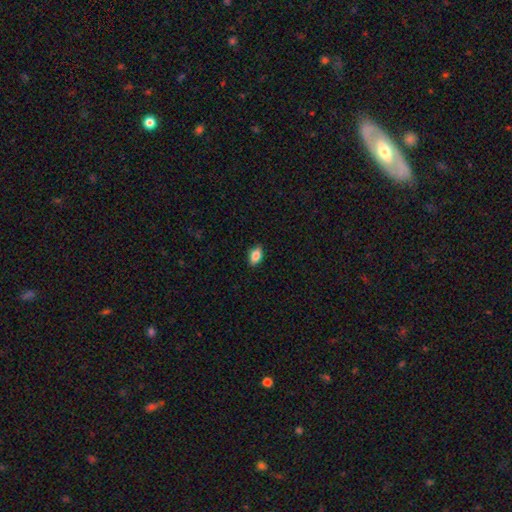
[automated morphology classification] This is clearly a smooth galaxy (84%). How rounded: clearly in between (89%). Merging: clearly none (88%).